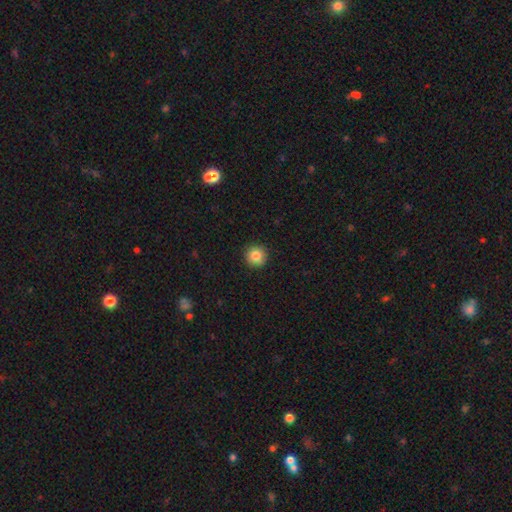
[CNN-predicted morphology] Smooth or featured: smooth — 83% (star or artifact — 10%)
How rounded: round — 95% (in between — 4%)
Merging: none — 93% (minor disturbance — 5%)